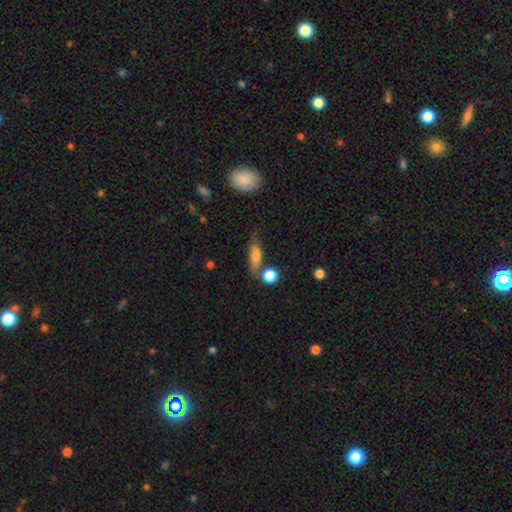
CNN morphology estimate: smooth-or-featured: smooth: 65% | featured or disk: 25% | star or artifact: 9%
  how-rounded: cigar-shaped: 48% | in between: 43% | round: 9%
  merging: none: 67% | minor disturbance: 17% | merger: 10% | major disturbance: 5%